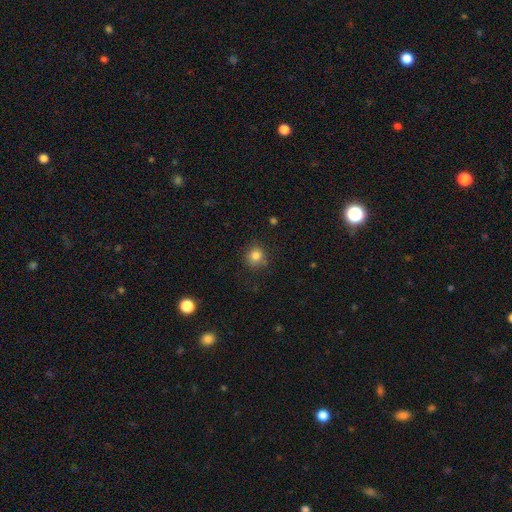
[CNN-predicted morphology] smooth 83%, star or artifact 12%, featured or disk 5%. Down the decision tree: how rounded — round (88%); merging — none (81%).